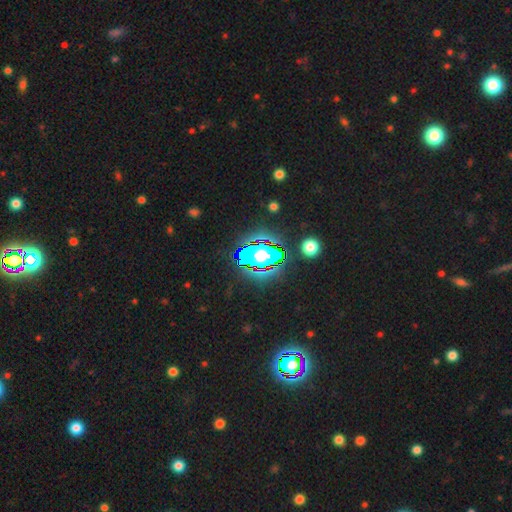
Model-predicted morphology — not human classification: star or artifact 79%, smooth 12%, featured or disk 9%.